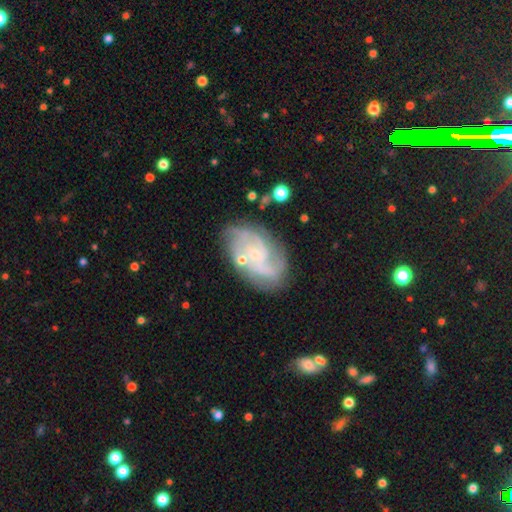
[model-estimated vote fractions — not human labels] Overall: featured or disk (80%). Edge-on disk: no (97%). Bar: no (63%; weak 31%). Spiral arms: yes (92%). Spiral arm count: 2 (31%; can't tell 29%). Spiral winding: tight (44%; medium 41%). Bulge size: small (74%). Merging: none (68%).